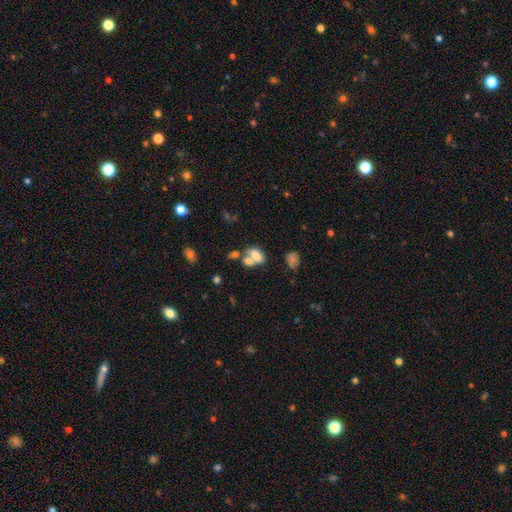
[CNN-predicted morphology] Smooth or featured: smooth — 70% (featured or disk — 18%)
How rounded: in between — 85% (round — 12%)
Merging: merger — 53% (none — 30%)